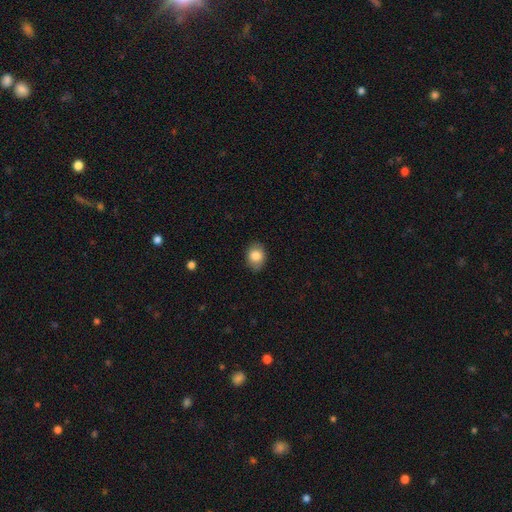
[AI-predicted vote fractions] Smooth or featured?
  - smooth: 84% *
  - featured or disk: 8%
  - star or artifact: 8%
How rounded?
  - in between: 60% *
  - round: 39%
  - cigar-shaped: 1%
Merging?
  - none: 83% *
  - minor disturbance: 13%
  - major disturbance: 3%
  - merger: 1%